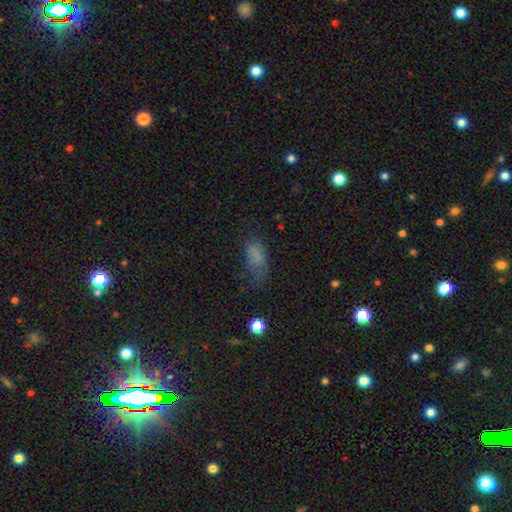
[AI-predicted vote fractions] Overall: smooth (70%). How rounded: in between (83%). Merging: none (40%; minor disturbance 30%).